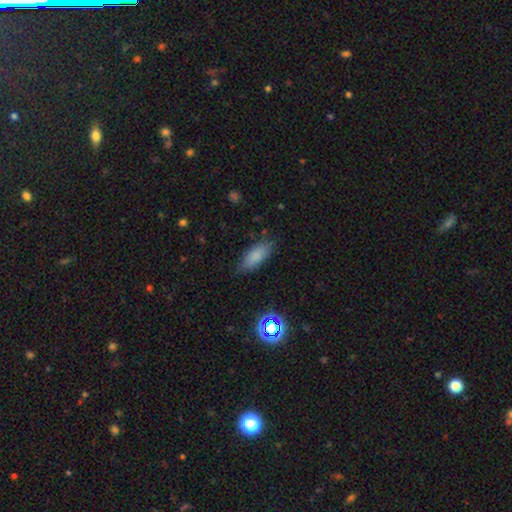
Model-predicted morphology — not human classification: The model was most divided on "how rounded": in between: 73%, cigar-shaped: 24%, round: 2%. More confident: smooth or featured — smooth (80%); merging — none (77%).